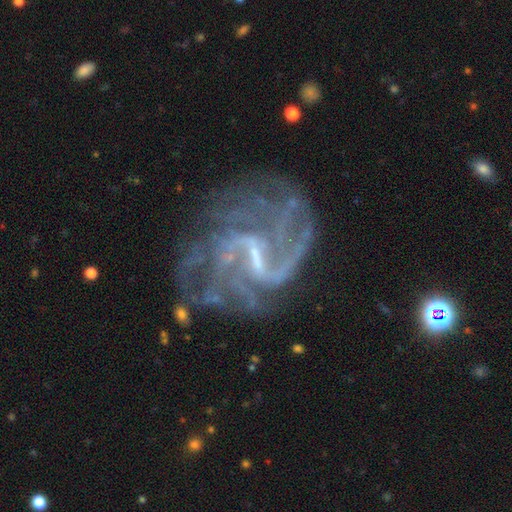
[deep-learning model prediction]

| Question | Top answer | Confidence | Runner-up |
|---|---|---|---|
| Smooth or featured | featured or disk | 88% | star or artifact (8%) |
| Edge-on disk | no | 98% | yes (2%) |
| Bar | weak | 50% | strong (36%) |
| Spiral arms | yes | 92% | no (8%) |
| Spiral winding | medium | 44% | loose (36%) |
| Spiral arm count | can't tell | 27% | 2 (26%) |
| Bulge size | small | 53% | none (30%) |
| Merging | none | 51% | major disturbance (28%) |